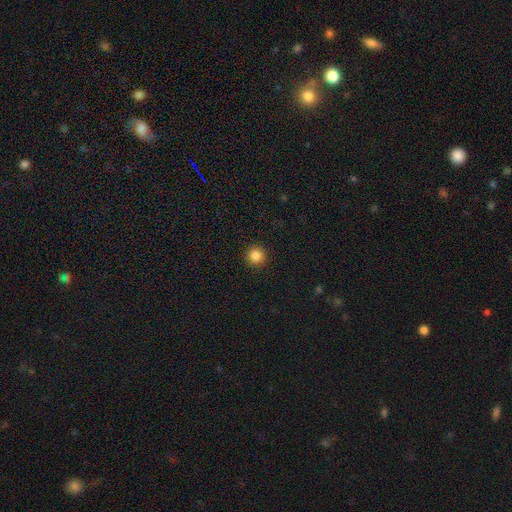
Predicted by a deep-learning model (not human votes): smooth-or-featured: smooth: 85% | star or artifact: 11% | featured or disk: 4%
  how-rounded: round: 96% | in between: 3% | cigar-shaped: 1%
  merging: none: 93% | minor disturbance: 5% | major disturbance: 2% | merger: 1%